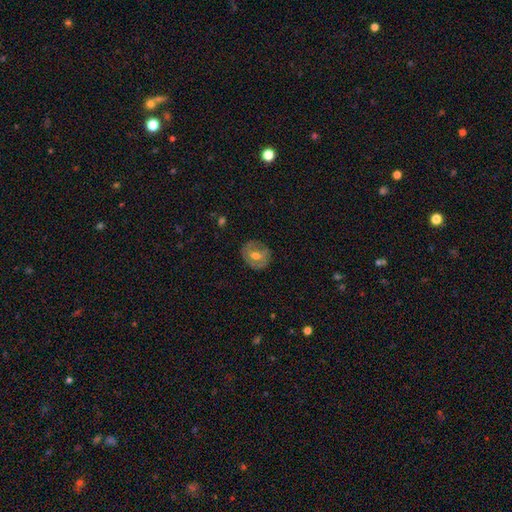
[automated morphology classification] A featured or disk galaxy (50%).

Vote fractions:
- Smooth or featured? featured or disk: 50% / smooth: 42% / star or artifact: 8%
- Edge-on disk? no: 95% / yes: 5%
- Merging? none: 79% / minor disturbance: 15% / major disturbance: 5% / merger: 1%